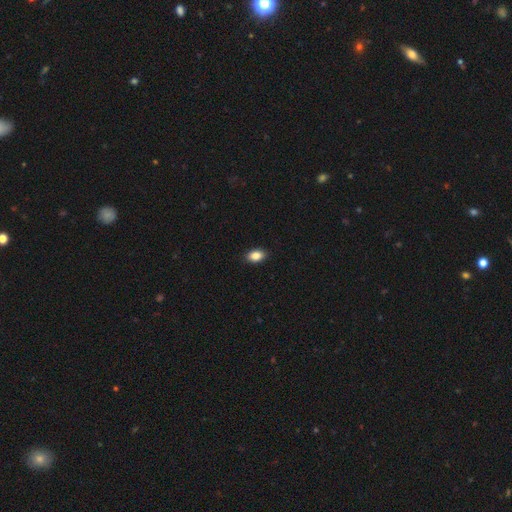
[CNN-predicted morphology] The model was most divided on "how rounded": in between: 88%, round: 10%, cigar-shaped: 2%. More confident: merging — none (90%); smooth or featured — smooth (87%).